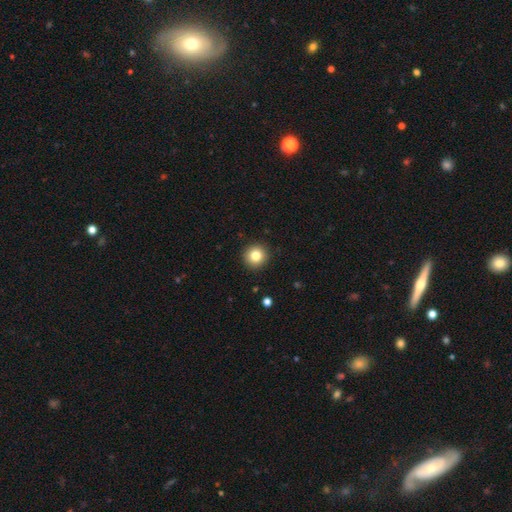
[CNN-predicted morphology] This appears to be a smooth galaxy with no disk features (82%) that is round (95%). Merging: none (92%).